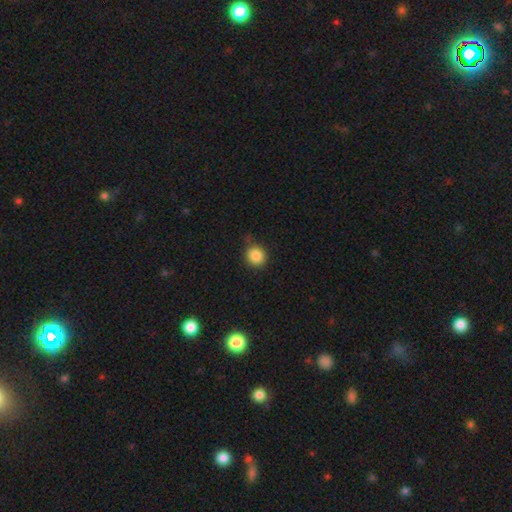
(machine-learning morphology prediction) smooth-or-featured: smooth: 86% | star or artifact: 10% | featured or disk: 4%
  how-rounded: round: 86% | in between: 13% | cigar-shaped: 1%
  merging: none: 76% | minor disturbance: 17% | major disturbance: 4% | merger: 3%